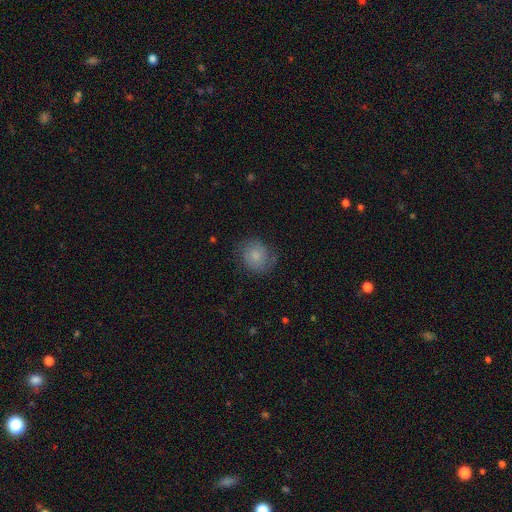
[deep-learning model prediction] Smooth or featured: smooth — 65% (featured or disk — 26%)
How rounded: round — 78% (in between — 21%)
Merging: none — 69% (minor disturbance — 22%)